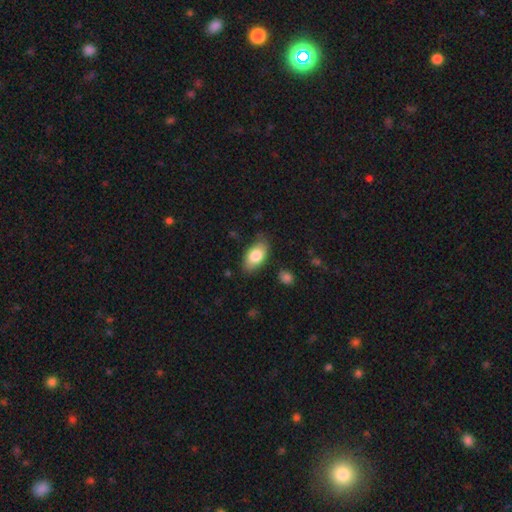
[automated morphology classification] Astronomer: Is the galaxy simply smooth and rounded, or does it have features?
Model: smooth — 80%.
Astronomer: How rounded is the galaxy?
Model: in between — 92%.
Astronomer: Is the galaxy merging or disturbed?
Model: none — 79%.